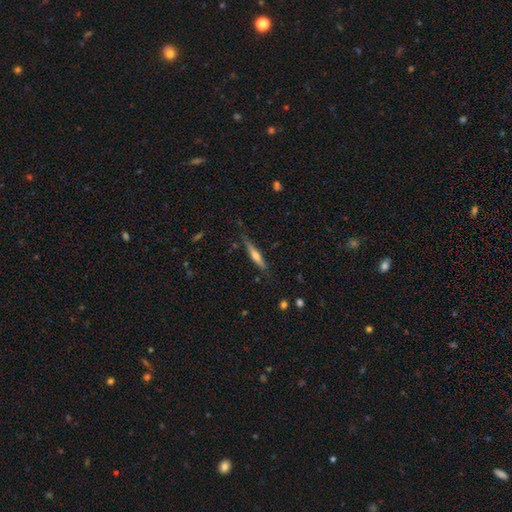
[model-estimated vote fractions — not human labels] smooth_or_featured: featured or disk (p=0.53) [alt: smooth p=0.41]
disk_edge_on: yes (p=0.95) [alt: no p=0.05]
edge_on_bulge: rounded (p=0.82) [alt: none p=0.12]
merging: none (p=0.78) [alt: minor disturbance p=0.16]